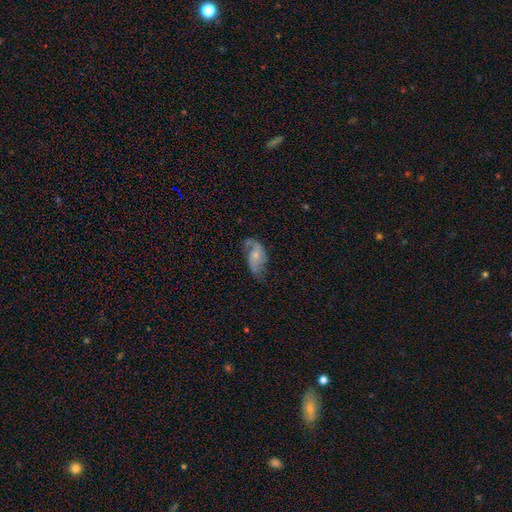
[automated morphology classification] A featured or disk galaxy (67%) with no bar (64%), 2 (83%) loose (59%) spiral arms (87%) and a small central bulge (56%). Merging: none (49%).